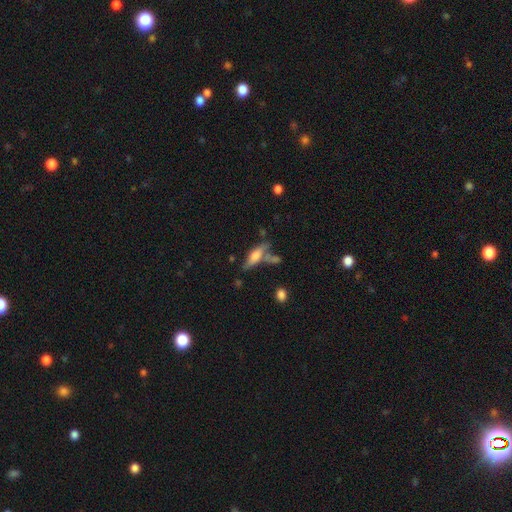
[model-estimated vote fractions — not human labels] Overall: smooth (55%; featured or disk 37%). How rounded: cigar-shaped (51%; in between 46%). Merging: none (51%; merger 22%).